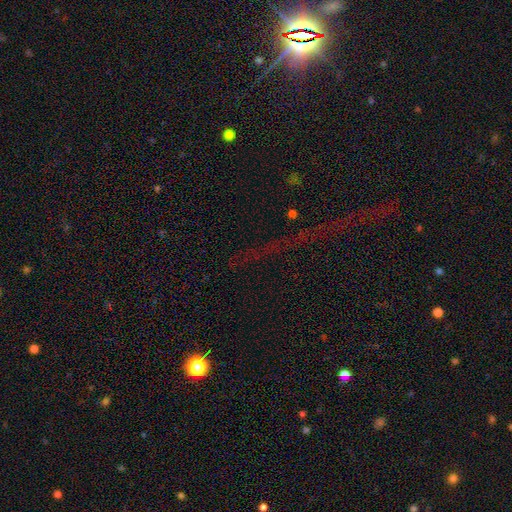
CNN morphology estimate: Smooth or featured?
  - star or artifact: 73% *
  - smooth: 16%
  - featured or disk: 11%